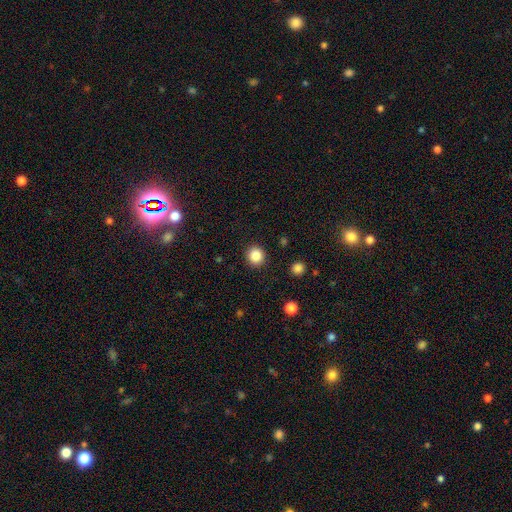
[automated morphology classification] Smooth or featured? Predicted: smooth (p=0.86). How rounded? Predicted: round (p=0.92). Merging? Predicted: none (p=0.92).